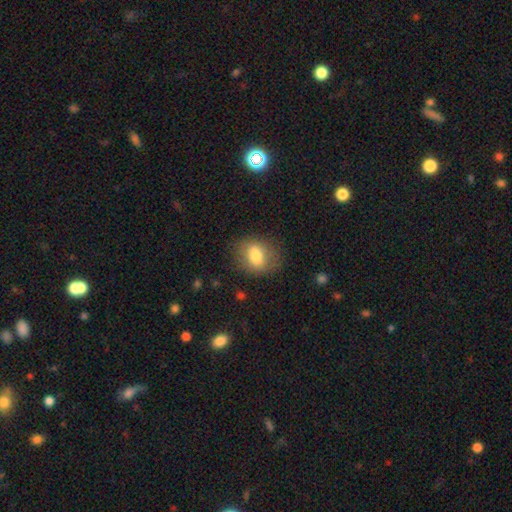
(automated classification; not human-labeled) smooth 72%, featured or disk 20%, star or artifact 8%. Down the decision tree: how rounded — in between (60%); merging — none (77%).